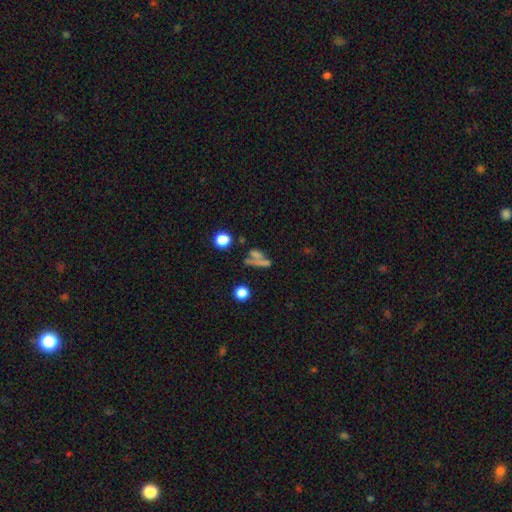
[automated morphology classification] A smooth galaxy with no disk features (54%) that is in between round and cigar-shaped (41%).

Vote fractions:
- Smooth or featured? smooth: 54% / featured or disk: 24% / star or artifact: 22%
- How rounded? in between: 41% / round: 37% / cigar-shaped: 22%
- Merging? none: 37% / merger: 34% / major disturbance: 16% / minor disturbance: 13%